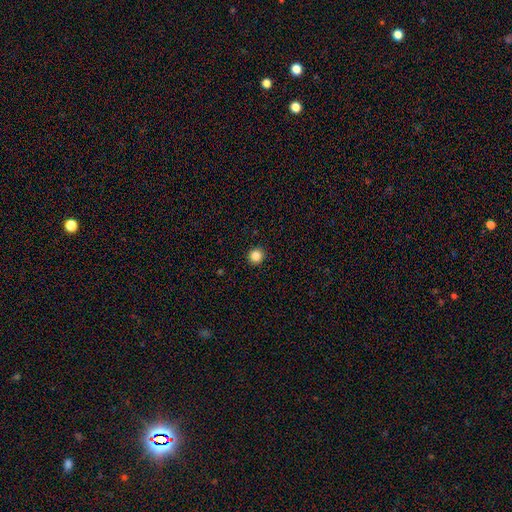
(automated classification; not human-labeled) smooth-or-featured: smooth: 85% | star or artifact: 11% | featured or disk: 4%
  how-rounded: round: 94% | in between: 5% | cigar-shaped: 1%
  merging: none: 93% | minor disturbance: 4% | major disturbance: 1% | merger: 1%